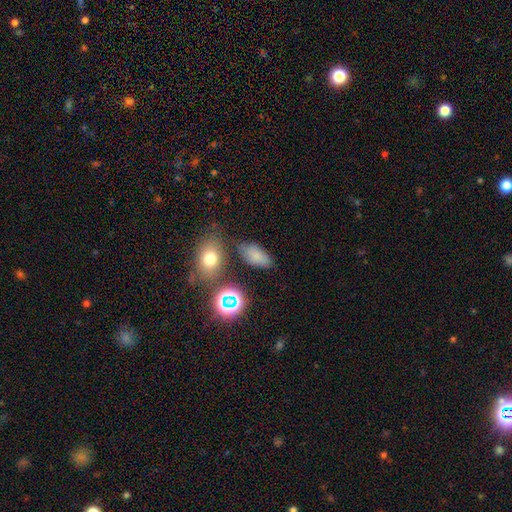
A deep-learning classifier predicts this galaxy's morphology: The model was most divided on "smooth or featured": smooth: 70%, star or artifact: 19%, featured or disk: 11%. More confident: how rounded — in between (90%); merging — none (69%).